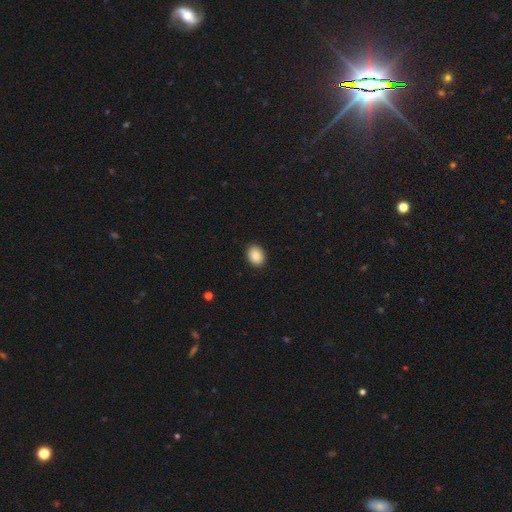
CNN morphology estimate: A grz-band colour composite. It shows a smooth galaxy with no disk features (89%) that is in between round and cigar-shaped (59%). Merging: none (91%).